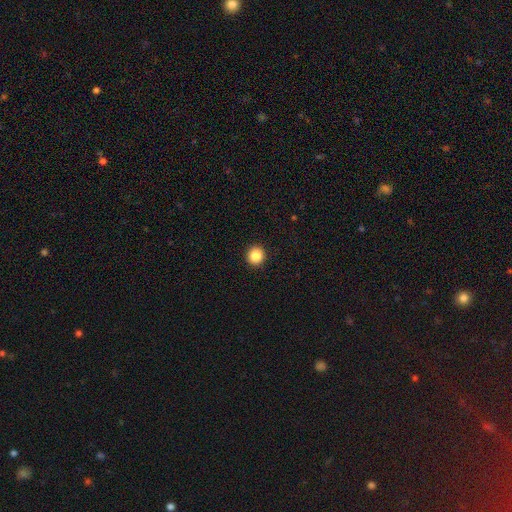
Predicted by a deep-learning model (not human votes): Smooth or featured? smooth (85%)
How rounded? round (92%)
Merging? none (93%)